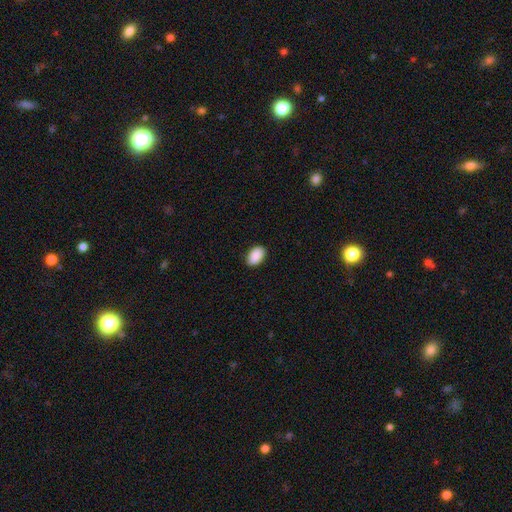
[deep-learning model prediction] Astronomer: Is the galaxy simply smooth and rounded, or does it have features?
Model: smooth — 91%.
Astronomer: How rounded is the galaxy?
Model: in between — 92%.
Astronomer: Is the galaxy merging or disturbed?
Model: none — 88%.